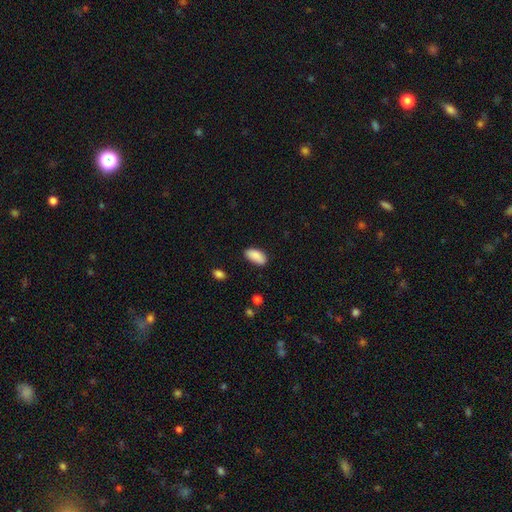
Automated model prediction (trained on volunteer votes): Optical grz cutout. It shows a smooth galaxy with no disk features (89%) that is in between round and cigar-shaped (91%). Merging: none (81%).